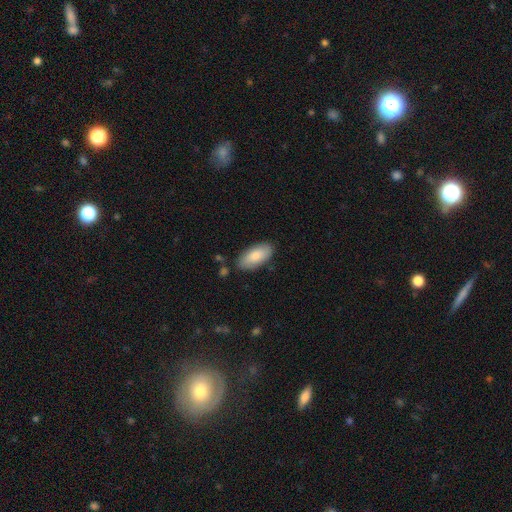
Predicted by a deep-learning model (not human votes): Smooth or featured: smooth — 84% (featured or disk — 11%)
How rounded: in between — 91% (cigar-shaped — 7%)
Merging: none — 83% (minor disturbance — 12%)